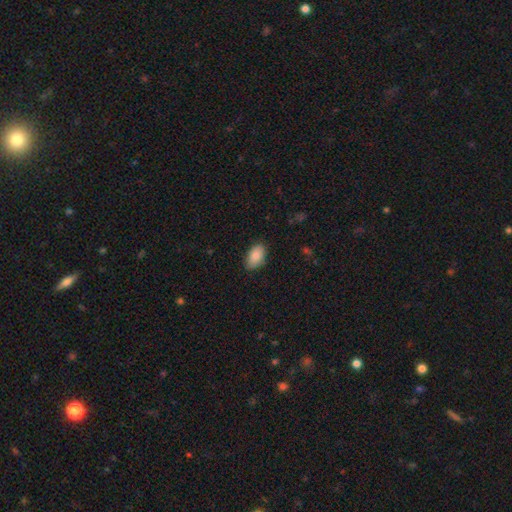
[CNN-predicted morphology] Overall: smooth (86%). How rounded: in between (93%). Merging: none (85%).